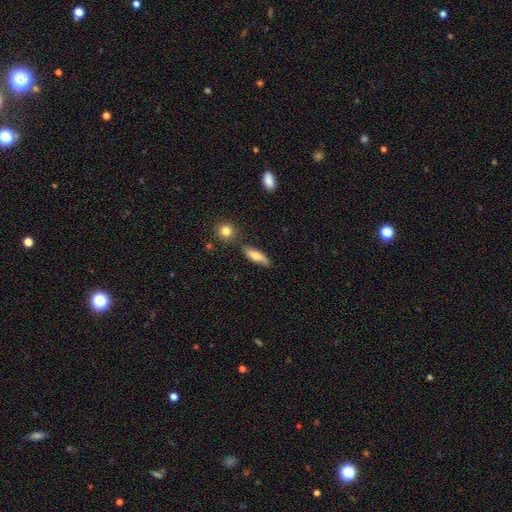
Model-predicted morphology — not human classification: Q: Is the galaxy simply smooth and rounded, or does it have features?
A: smooth — 66%.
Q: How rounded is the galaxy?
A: in between — 57%.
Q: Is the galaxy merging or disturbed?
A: none — 73%.